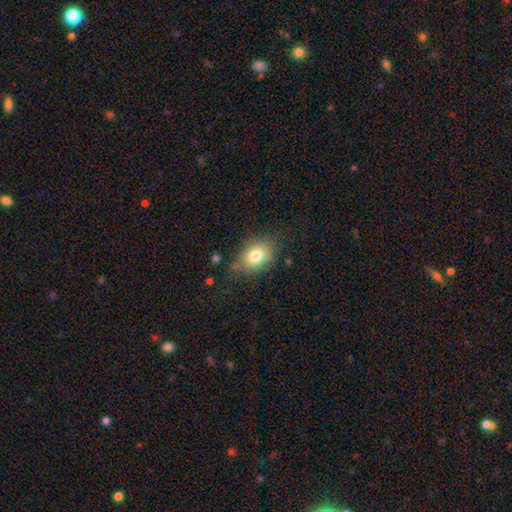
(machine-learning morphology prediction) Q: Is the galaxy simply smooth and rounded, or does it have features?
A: smooth — 78%.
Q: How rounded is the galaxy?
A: in between — 70%.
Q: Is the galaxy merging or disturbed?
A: none — 74%.